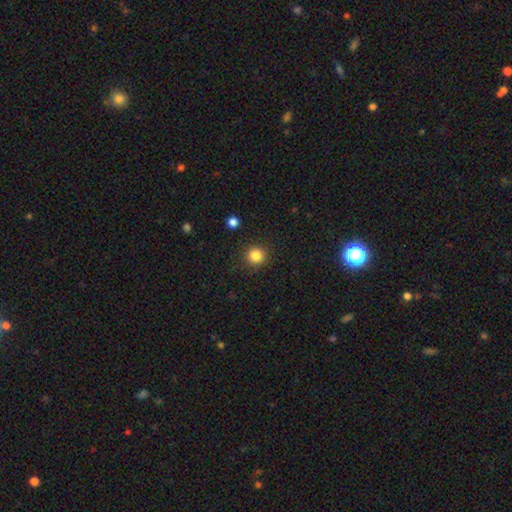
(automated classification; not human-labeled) Smooth or featured? smooth (84%)
How rounded? round (93%)
Merging? none (89%)